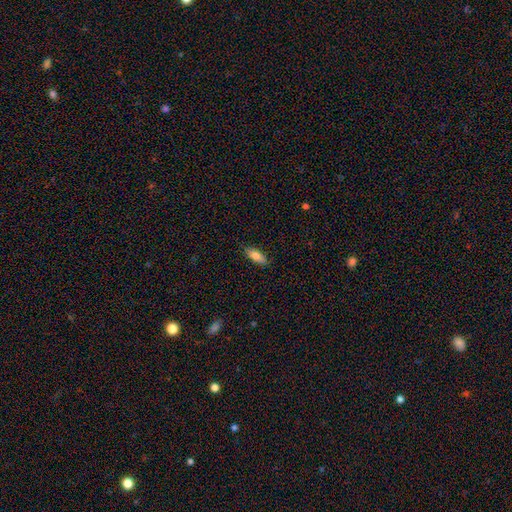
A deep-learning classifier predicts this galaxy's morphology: smooth_or_featured: smooth (p=0.78) [alt: featured or disk p=0.16]
how_rounded: in between (p=0.74) [alt: cigar-shaped p=0.24]
merging: none (p=0.87) [alt: minor disturbance p=0.10]